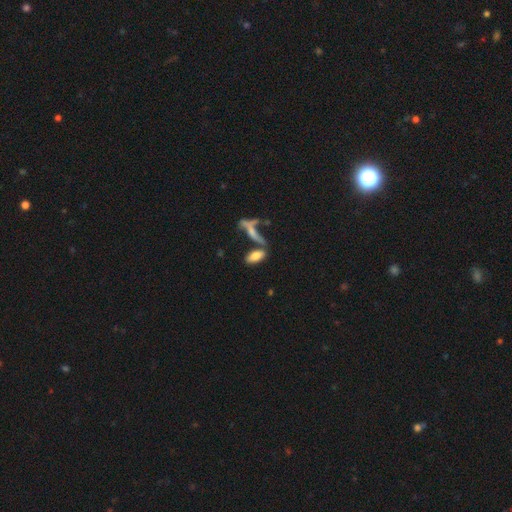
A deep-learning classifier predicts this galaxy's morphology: smooth_or_featured: smooth (p=0.73) [alt: featured or disk p=0.19]
how_rounded: in between (p=0.78) [alt: cigar-shaped p=0.19]
merging: none (p=0.54) [alt: merger p=0.27]